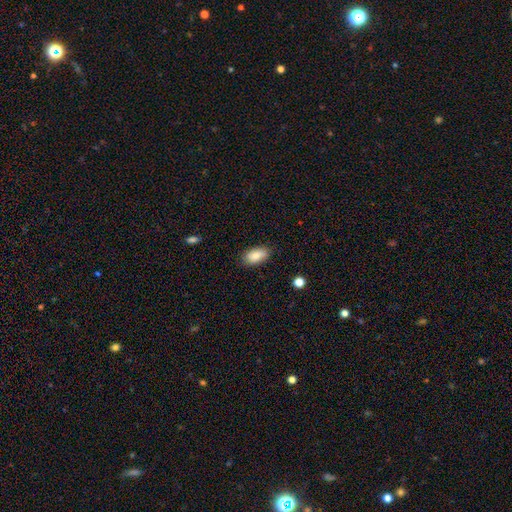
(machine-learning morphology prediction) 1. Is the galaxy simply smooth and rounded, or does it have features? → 85% smooth, 8% featured or disk, 7% star or artifact.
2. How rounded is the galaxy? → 92% in between, 4% round, 4% cigar-shaped.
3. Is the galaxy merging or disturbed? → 84% none, 12% minor disturbance, 3% major disturbance, 1% merger.